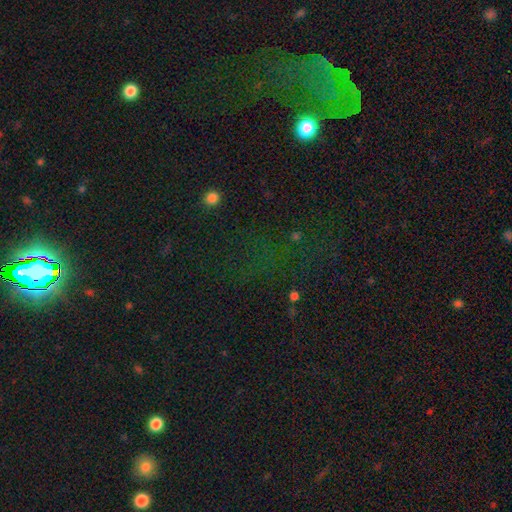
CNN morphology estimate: Smooth or featured: star or artifact — 71% (smooth — 16%)